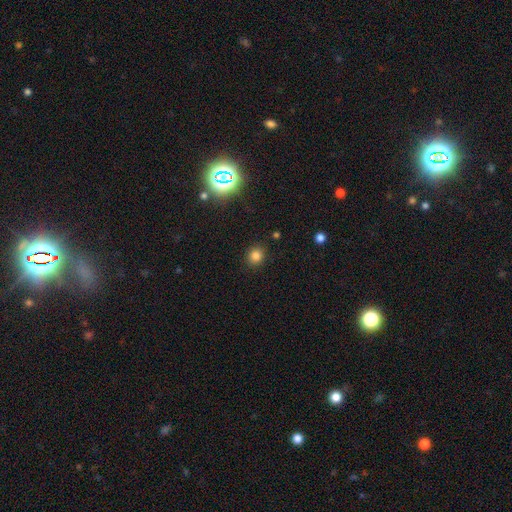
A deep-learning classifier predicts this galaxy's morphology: Smooth or featured? Predicted: smooth (p=0.80). How rounded? Predicted: round (p=0.85). Merging? Predicted: none (p=0.89).